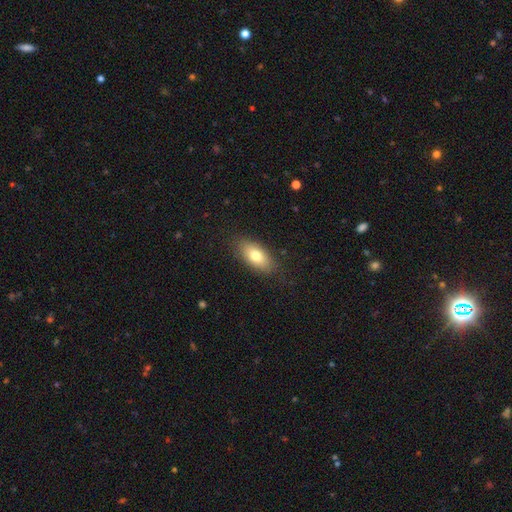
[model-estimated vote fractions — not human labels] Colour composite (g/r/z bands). It shows a smooth galaxy with no disk features (77%) that is in between round and cigar-shaped (88%). Merging: none (84%).